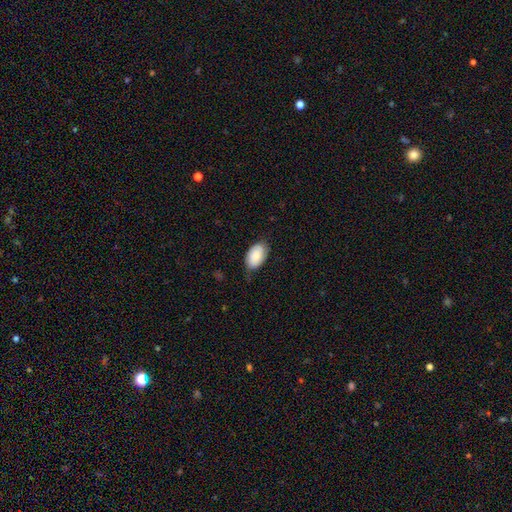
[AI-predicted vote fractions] smooth_or_featured: smooth (p=0.81) [alt: featured or disk p=0.13]
how_rounded: in between (p=0.93) [alt: round p=0.06]
merging: none (p=0.69) [alt: minor disturbance p=0.25]